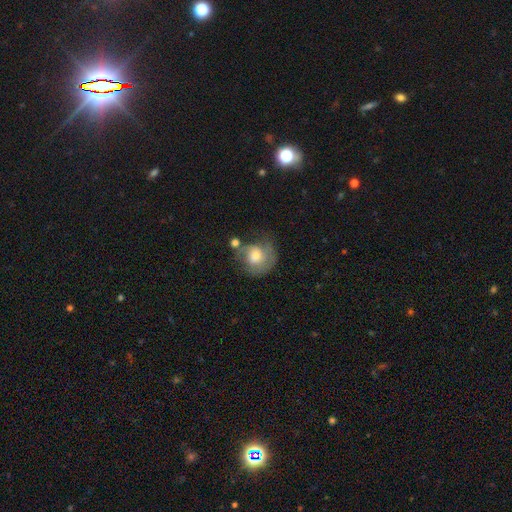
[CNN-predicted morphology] This is possibly a featured or disk galaxy (53%). It is clearly not viewed edge-on (97%). Bar: likely no (67%). Spiral arm pattern: clearly yes (81%). Central bulge: possibly moderate (49%). Merging: marginally none (41%).